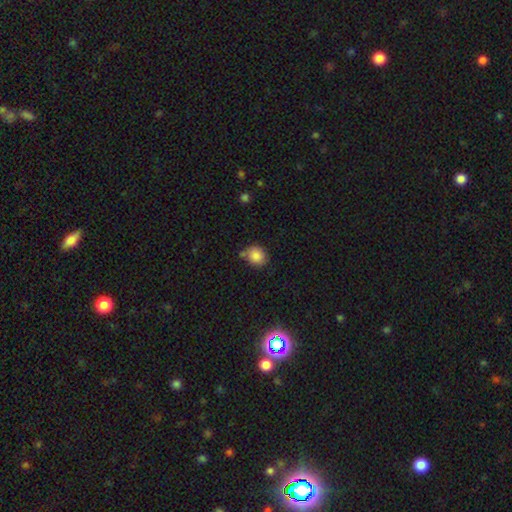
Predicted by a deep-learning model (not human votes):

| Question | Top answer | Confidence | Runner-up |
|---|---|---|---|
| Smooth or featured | smooth | 86% | star or artifact (9%) |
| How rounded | round | 74% | in between (26%) |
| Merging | none | 65% | minor disturbance (20%) |